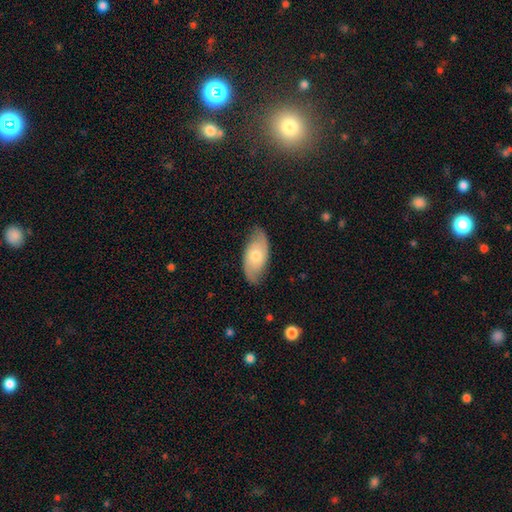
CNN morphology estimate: Smooth or featured?
  - featured or disk: 52% *
  - smooth: 43%
  - star or artifact: 6%
Edge-on disk?
  - no: 89% *
  - yes: 11%
Merging?
  - none: 77% *
  - minor disturbance: 18%
  - major disturbance: 4%
  - merger: 1%